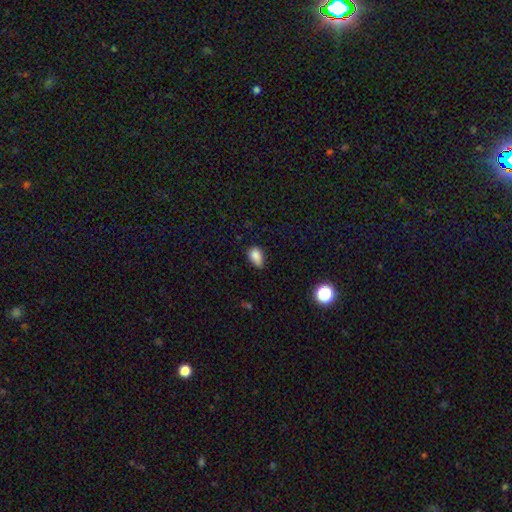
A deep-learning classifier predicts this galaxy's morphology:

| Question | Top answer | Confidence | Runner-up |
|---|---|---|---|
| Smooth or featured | smooth | 84% | star or artifact (10%) |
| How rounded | in between | 85% | round (12%) |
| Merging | none | 47% | minor disturbance (42%) |